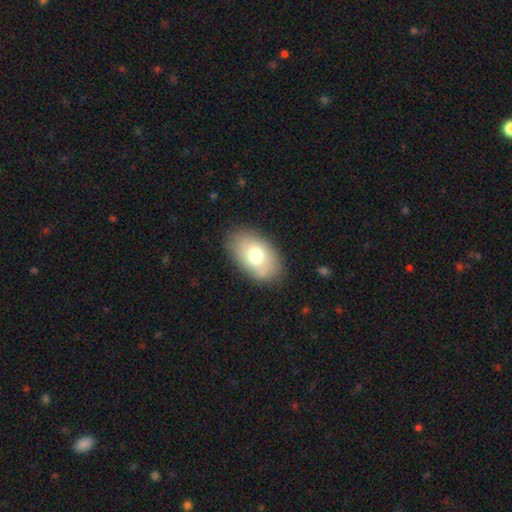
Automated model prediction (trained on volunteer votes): Smooth or featured: smooth — 72% (featured or disk — 20%)
How rounded: in between — 90% (round — 9%)
Merging: none — 82% (minor disturbance — 13%)